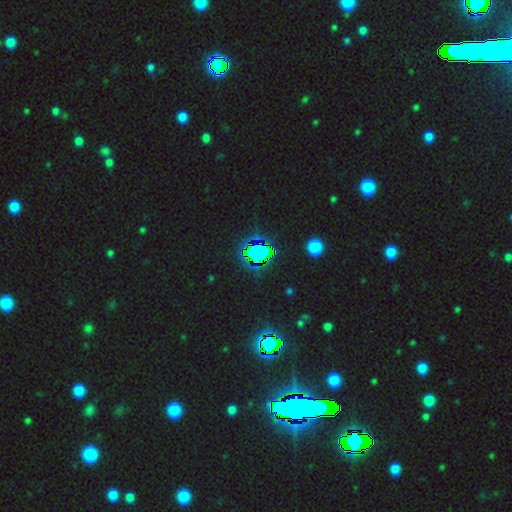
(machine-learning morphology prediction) Smooth or featured? Predicted: star or artifact (p=0.76).